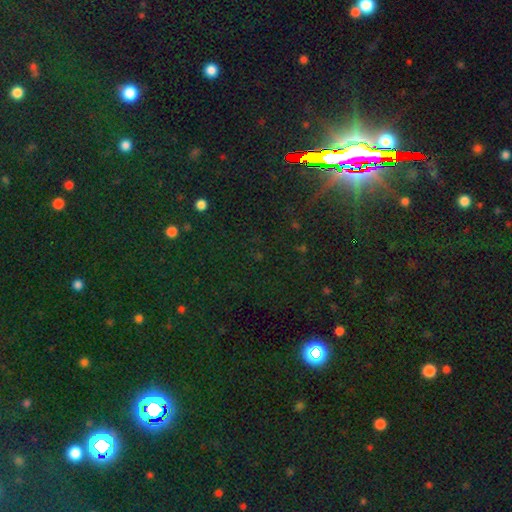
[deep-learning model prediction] This is clearly a star or artifact rather than a galaxy (81%).